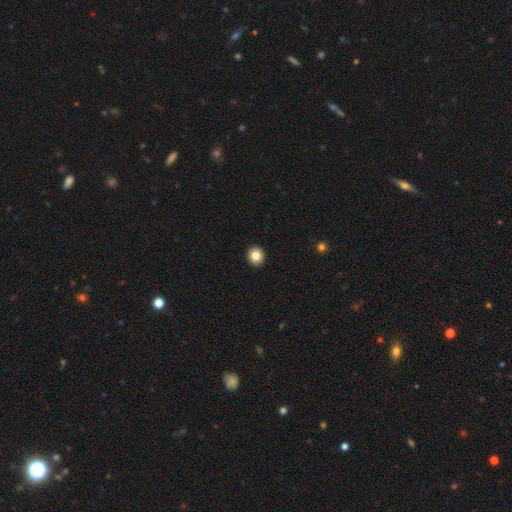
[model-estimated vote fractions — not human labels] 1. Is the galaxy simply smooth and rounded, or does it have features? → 84% smooth, 10% star or artifact, 6% featured or disk.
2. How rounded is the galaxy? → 83% round, 16% in between, 1% cigar-shaped.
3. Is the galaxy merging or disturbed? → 93% none, 5% minor disturbance, 1% major disturbance, 1% merger.